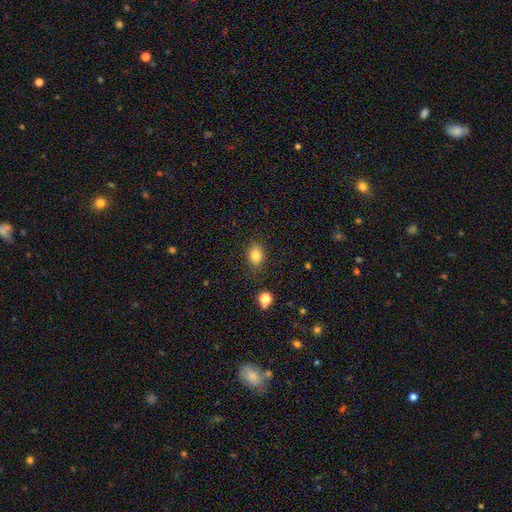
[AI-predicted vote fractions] This is clearly a smooth galaxy (82%). How rounded: likely in between (66%). Merging: clearly none (81%).